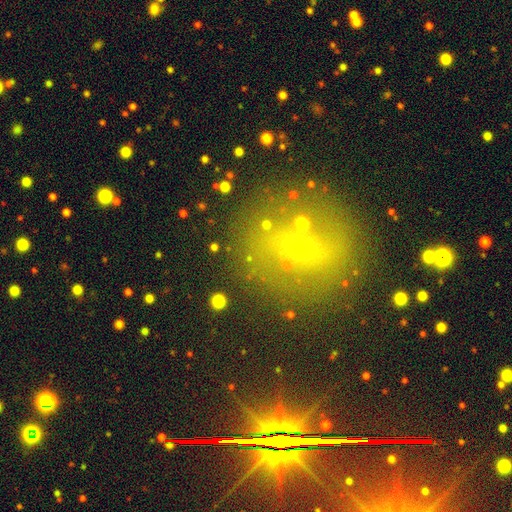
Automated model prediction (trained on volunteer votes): smooth-or-featured: star or artifact: 47% | smooth: 35% | featured or disk: 18%